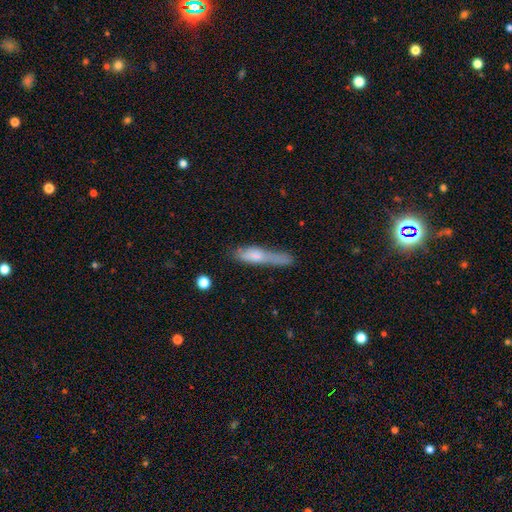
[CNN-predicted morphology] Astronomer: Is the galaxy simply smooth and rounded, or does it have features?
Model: smooth — 63%.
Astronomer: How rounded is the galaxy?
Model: cigar-shaped — 84%.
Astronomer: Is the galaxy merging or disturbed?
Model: none — 44% (runner-up: minor disturbance, 30%).